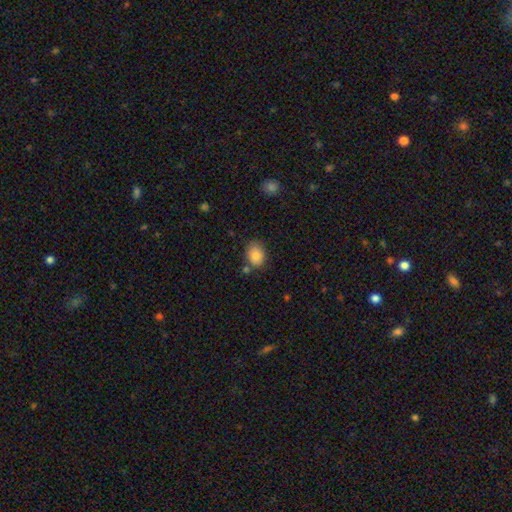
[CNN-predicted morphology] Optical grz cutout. It shows a smooth galaxy with no disk features (86%) that is in between round and cigar-shaped (65%). Merging: none (71%).